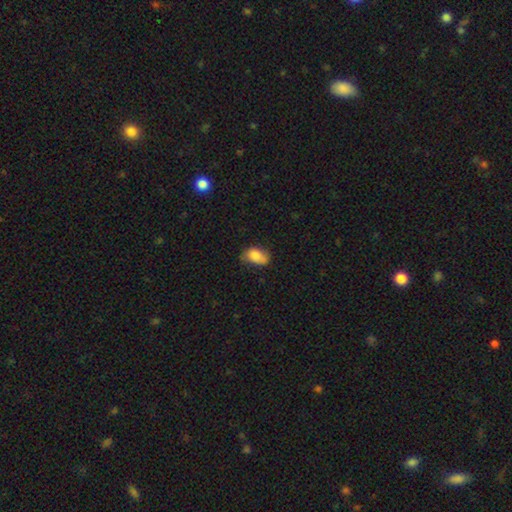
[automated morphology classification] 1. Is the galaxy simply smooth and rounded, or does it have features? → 80% smooth, 11% featured or disk, 8% star or artifact.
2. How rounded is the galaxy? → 86% in between, 13% round, 2% cigar-shaped.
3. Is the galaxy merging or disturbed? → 50% none, 35% minor disturbance, 10% major disturbance, 5% merger.